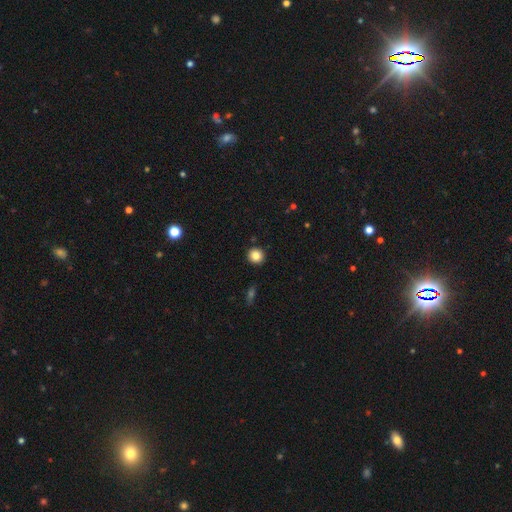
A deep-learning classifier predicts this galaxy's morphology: The model was most divided on "smooth or featured": smooth: 85%, star or artifact: 10%, featured or disk: 5%. More confident: how rounded — round (92%); merging — none (91%).